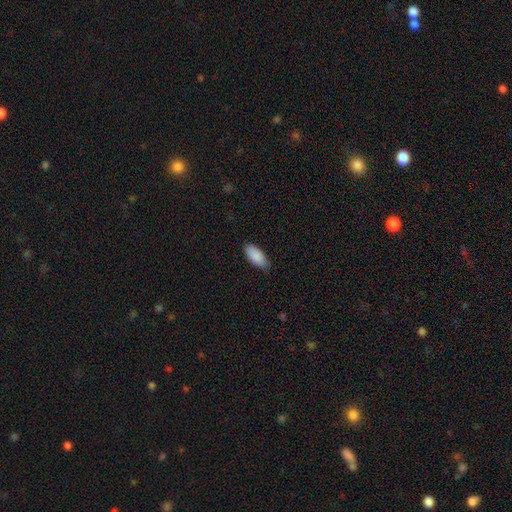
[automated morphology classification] Smooth or featured?
  - smooth: 89% *
  - star or artifact: 6%
  - featured or disk: 5%
How rounded?
  - in between: 89% *
  - cigar-shaped: 9%
  - round: 2%
Merging?
  - none: 82% *
  - minor disturbance: 15%
  - major disturbance: 2%
  - merger: 1%